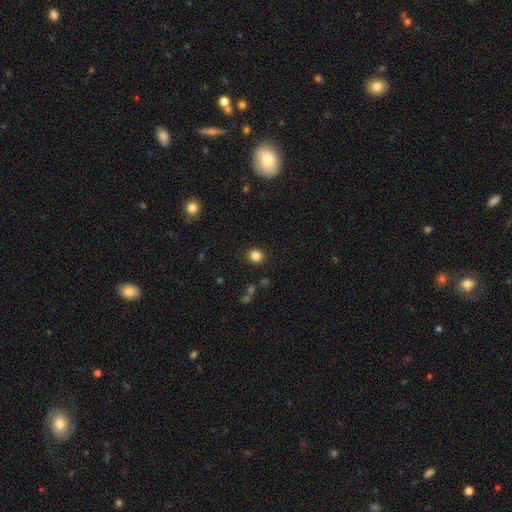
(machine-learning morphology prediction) Q: Smooth or featured?
A: smooth (84%); runner-up: star or artifact (11%)
Q: How rounded?
A: round (76%); runner-up: in between (23%)
Q: Merging?
A: none (89%); runner-up: minor disturbance (7%)